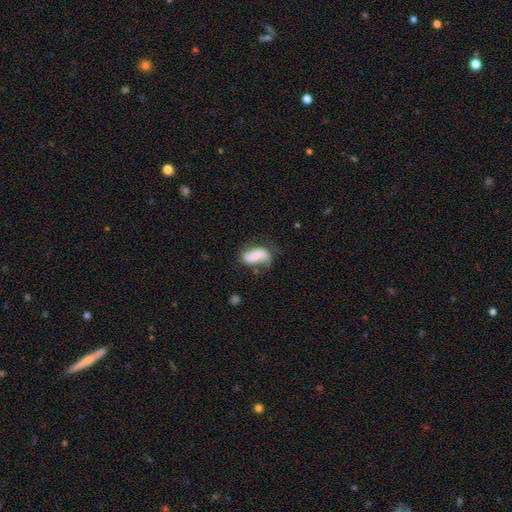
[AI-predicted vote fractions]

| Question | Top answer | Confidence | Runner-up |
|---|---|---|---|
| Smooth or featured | smooth | 60% | featured or disk (32%) |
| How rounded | in between | 89% | cigar-shaped (6%) |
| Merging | none | 39% | minor disturbance (31%) |